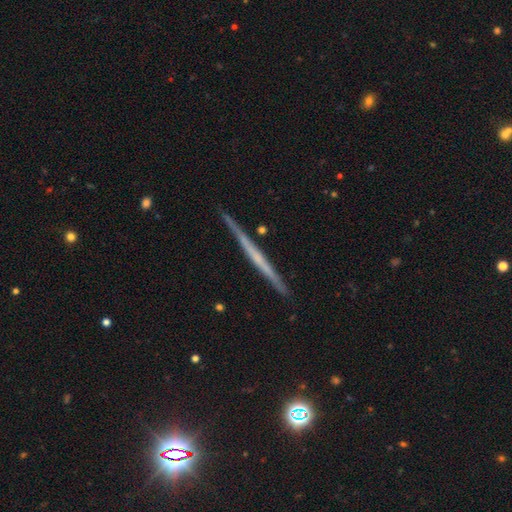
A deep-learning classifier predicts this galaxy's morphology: The model was most divided on "smooth or featured": featured or disk: 67%, smooth: 27%, star or artifact: 5%. More confident: edge-on disk — yes (98%); merging — none (88%); edge-on bulge — none (79%).